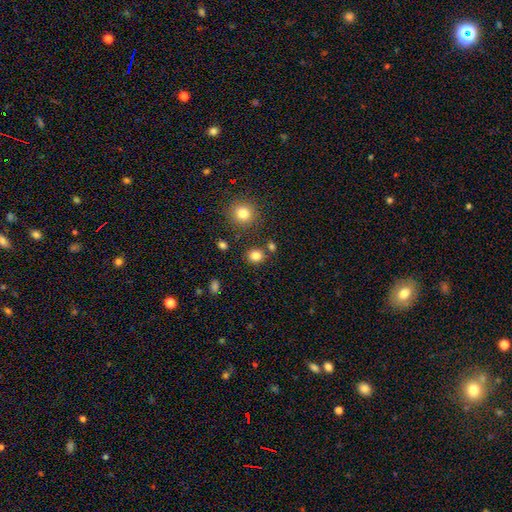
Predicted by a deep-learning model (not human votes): smooth_or_featured: smooth (p=0.83) [alt: star or artifact p=0.13]
how_rounded: round (p=0.80) [alt: in between p=0.19]
merging: none (p=0.81) [alt: minor disturbance p=0.08]